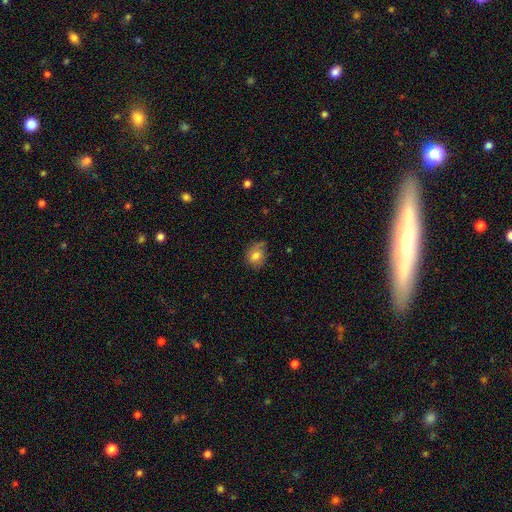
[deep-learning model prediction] The model was most divided on "how rounded": round: 60%, in between: 39%, cigar-shaped: 1%. More confident: smooth or featured — smooth (77%); merging — none (66%).